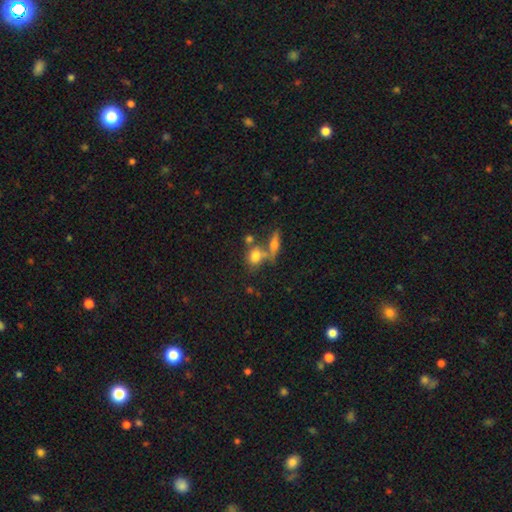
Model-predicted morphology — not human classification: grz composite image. It shows a smooth galaxy with no disk features (74%) that is round (48%). Merging: none (47%).